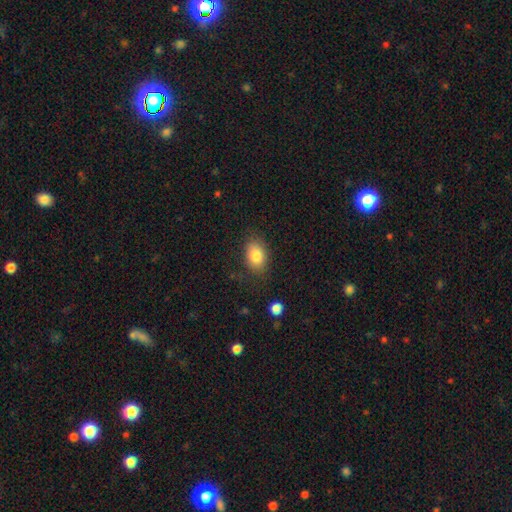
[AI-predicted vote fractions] smooth 83%, featured or disk 9%, star or artifact 9%. Down the decision tree: how rounded — in between (83%); merging — none (82%).